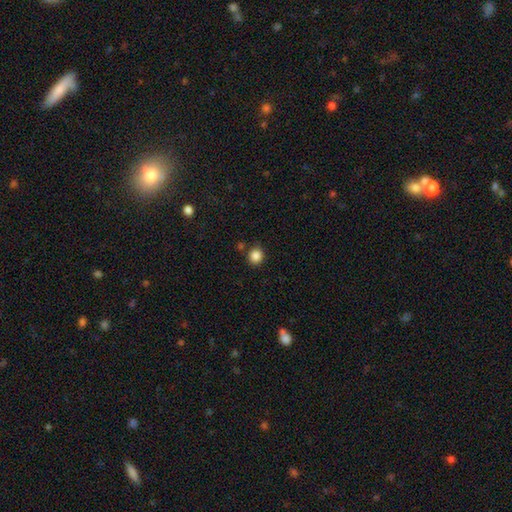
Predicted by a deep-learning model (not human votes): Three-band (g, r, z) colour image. It shows a smooth galaxy with no disk features (86%) that is round (86%). Merging: none (84%).